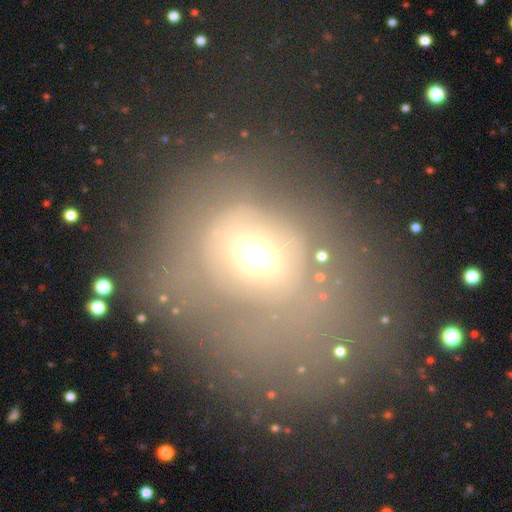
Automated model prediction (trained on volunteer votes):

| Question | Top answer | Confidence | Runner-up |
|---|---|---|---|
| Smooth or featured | smooth | 50% | featured or disk (30%) |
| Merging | none | 40% | major disturbance (32%) |